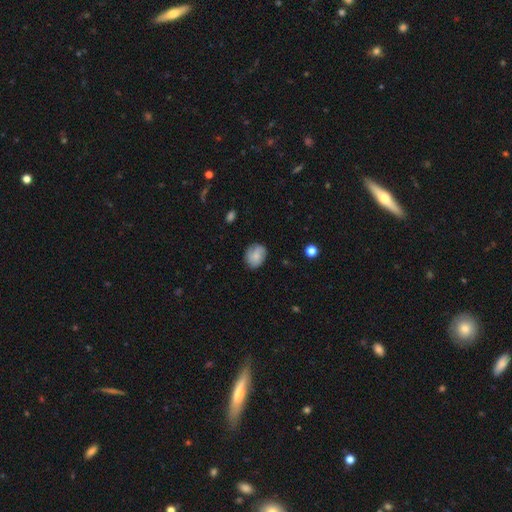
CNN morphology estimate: This appears to be a smooth galaxy with no disk features (74%) that is round (52%). Merging: none (76%).